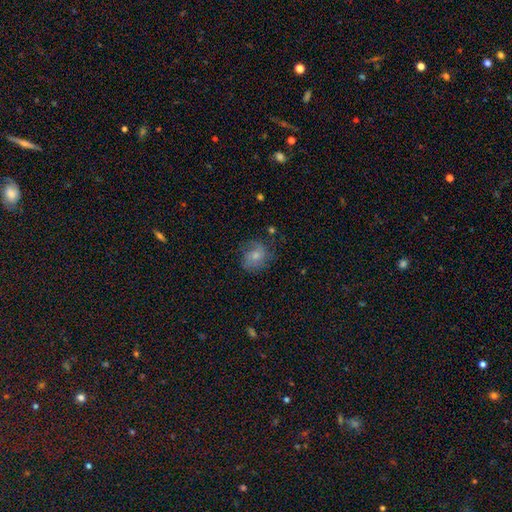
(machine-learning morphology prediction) This is possibly a smooth galaxy (53%). How rounded: likely round (64%). Merging: likely none (61%).